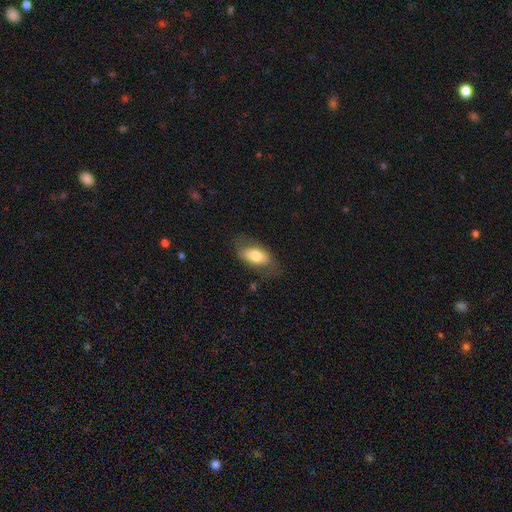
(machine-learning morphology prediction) Q: Smooth or featured?
A: smooth (66%); runner-up: featured or disk (28%)
Q: How rounded?
A: in between (91%); runner-up: round (5%)
Q: Merging?
A: none (69%); runner-up: minor disturbance (20%)